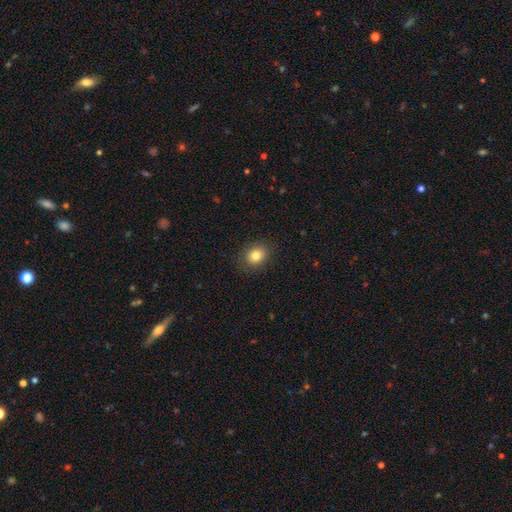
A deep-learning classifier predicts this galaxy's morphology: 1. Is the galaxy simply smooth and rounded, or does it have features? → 81% smooth, 11% star or artifact, 8% featured or disk.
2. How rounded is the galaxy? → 57% round, 42% in between, 1% cigar-shaped.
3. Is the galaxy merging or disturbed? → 87% none, 9% minor disturbance, 3% major disturbance, 1% merger.